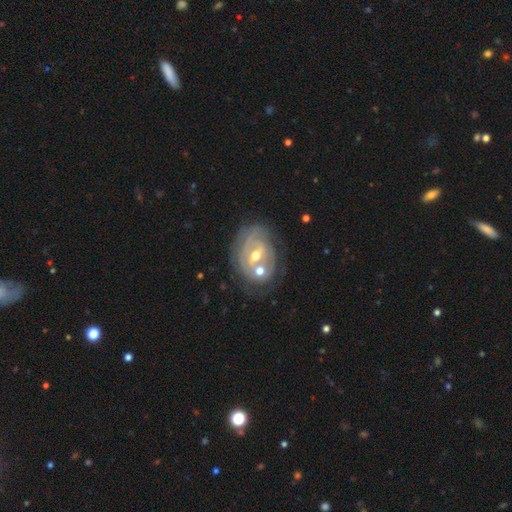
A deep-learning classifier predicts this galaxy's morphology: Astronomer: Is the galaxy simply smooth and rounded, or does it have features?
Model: featured or disk — 77%.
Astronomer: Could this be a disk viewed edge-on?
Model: no — 95%.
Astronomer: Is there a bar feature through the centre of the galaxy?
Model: weak — 41% (runner-up: no, 33%).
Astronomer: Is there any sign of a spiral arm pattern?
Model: yes — 65%.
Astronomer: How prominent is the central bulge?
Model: moderate — 70%.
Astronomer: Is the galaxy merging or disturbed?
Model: none — 50%.